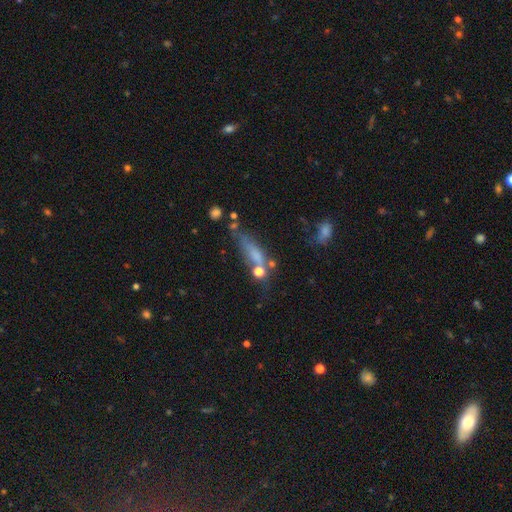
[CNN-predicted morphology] Smooth or featured: smooth — 57% (featured or disk — 28%)
How rounded: cigar-shaped — 57% (in between — 36%)
Merging: none — 44% (minor disturbance — 23%)